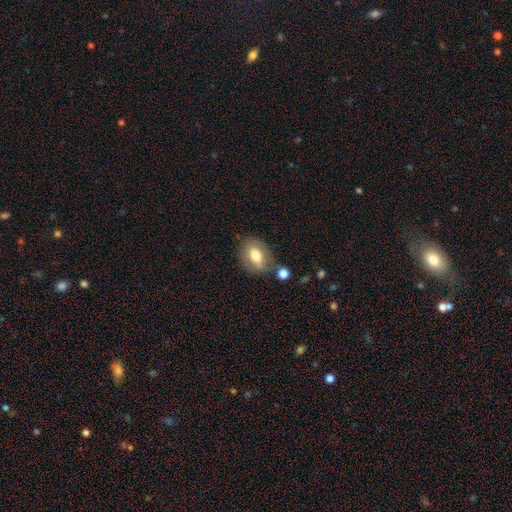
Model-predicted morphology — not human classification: type=smooth (70%); roundness=in between (74%); merging=none (64%).